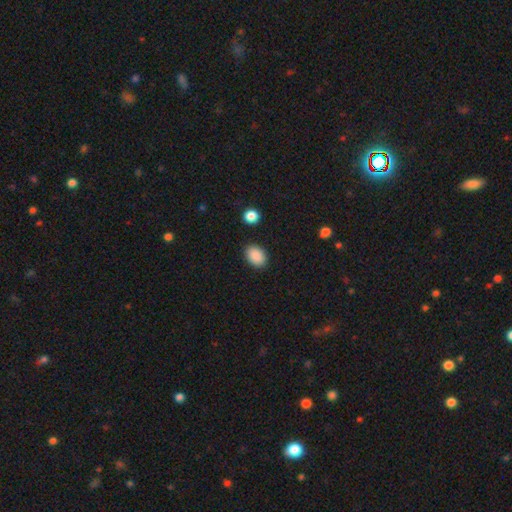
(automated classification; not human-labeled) smooth_or_featured: smooth (p=0.89) [alt: star or artifact p=0.08]
how_rounded: in between (p=0.76) [alt: round p=0.23]
merging: none (p=0.88) [alt: minor disturbance p=0.08]